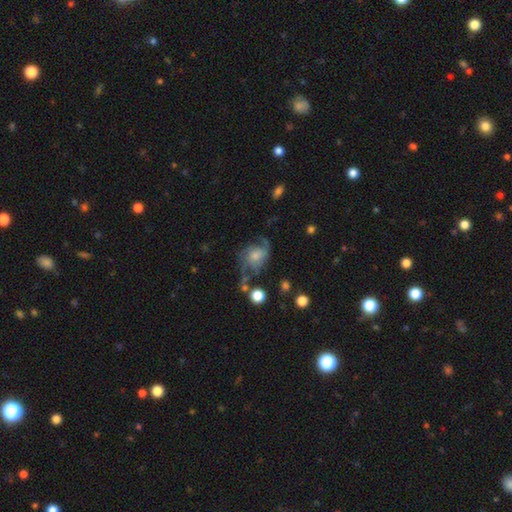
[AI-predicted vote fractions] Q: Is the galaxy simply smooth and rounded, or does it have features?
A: featured or disk — 69%.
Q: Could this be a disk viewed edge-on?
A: no — 98%.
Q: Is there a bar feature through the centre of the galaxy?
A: no — 72%.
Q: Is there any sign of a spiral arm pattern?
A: yes — 91%.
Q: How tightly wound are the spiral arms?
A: loose — 48%.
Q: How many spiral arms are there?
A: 2 — 56%.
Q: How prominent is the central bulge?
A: small — 38%.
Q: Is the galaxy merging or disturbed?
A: none — 42%.